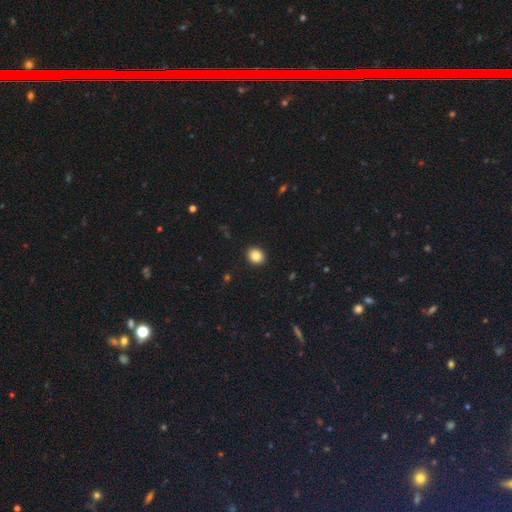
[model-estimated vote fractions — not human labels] This appears to be a smooth galaxy with no disk features (85%) that is round (70%). Merging: none (92%).